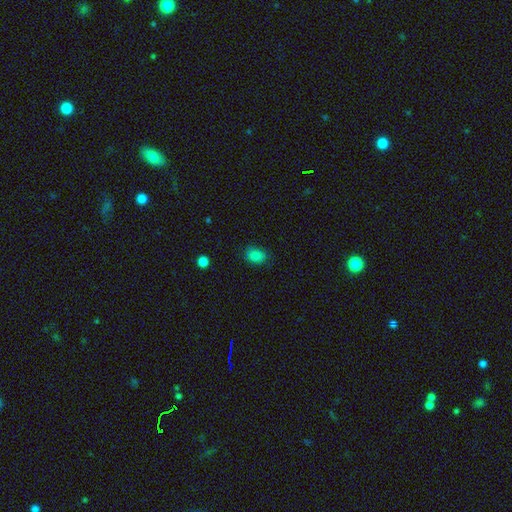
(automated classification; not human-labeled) This is clearly a smooth galaxy (85%). How rounded: likely in between (69%). Merging: clearly none (81%).